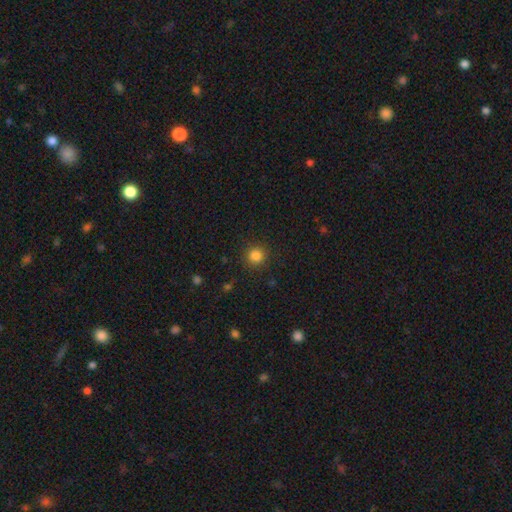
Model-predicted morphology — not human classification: The model was most divided on "smooth or featured": smooth: 84%, star or artifact: 12%, featured or disk: 4%. More confident: how rounded — round (93%); merging — none (90%).